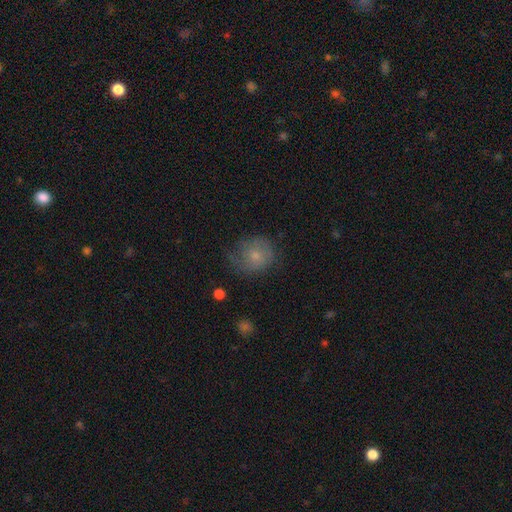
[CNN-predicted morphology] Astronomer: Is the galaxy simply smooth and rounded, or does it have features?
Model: smooth — 68%.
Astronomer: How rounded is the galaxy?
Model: round — 79%.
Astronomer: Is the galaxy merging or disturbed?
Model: none — 55%.